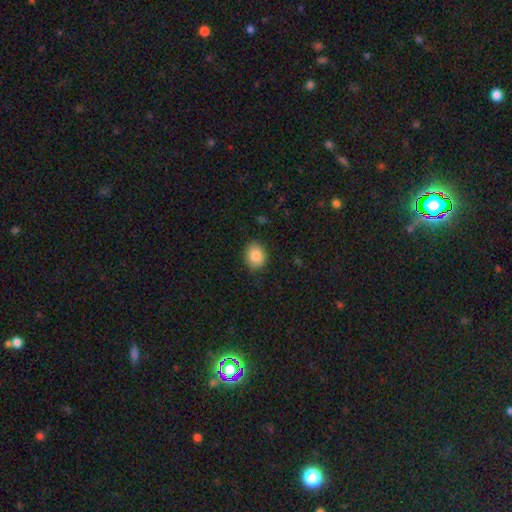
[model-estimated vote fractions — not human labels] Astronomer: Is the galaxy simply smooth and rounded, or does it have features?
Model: smooth — 86%.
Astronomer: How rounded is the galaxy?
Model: round — 61% (runner-up: in between, 39%).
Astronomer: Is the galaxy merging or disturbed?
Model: none — 87%.